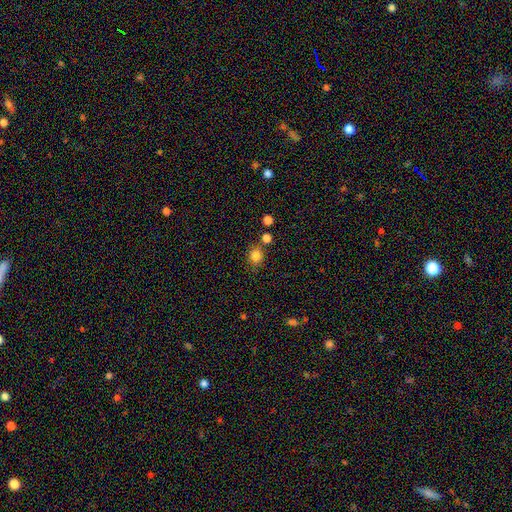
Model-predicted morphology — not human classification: Smooth or featured?
  - smooth: 83% *
  - star or artifact: 12%
  - featured or disk: 5%
How rounded?
  - round: 77% *
  - in between: 22%
  - cigar-shaped: 1%
Merging?
  - none: 74% *
  - minor disturbance: 12%
  - merger: 10%
  - major disturbance: 4%